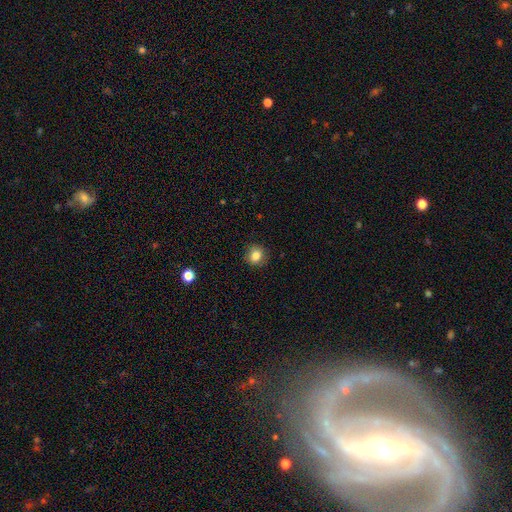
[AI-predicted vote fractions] Smooth or featured? smooth (82%)
How rounded? round (82%)
Merging? none (89%)